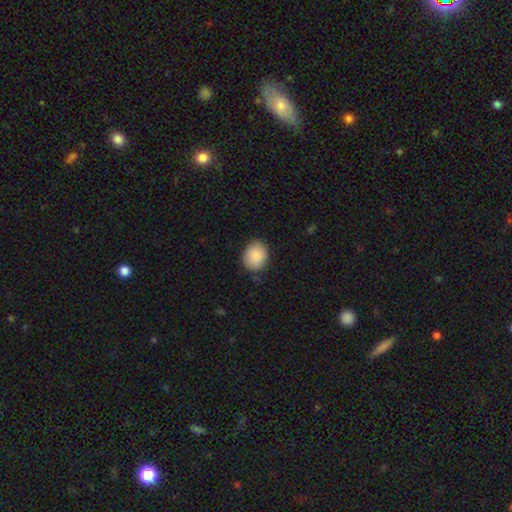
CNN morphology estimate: The model was most divided on "how rounded": in between: 51%, round: 48%, cigar-shaped: 1%. More confident: smooth or featured — smooth (89%); merging — none (82%).